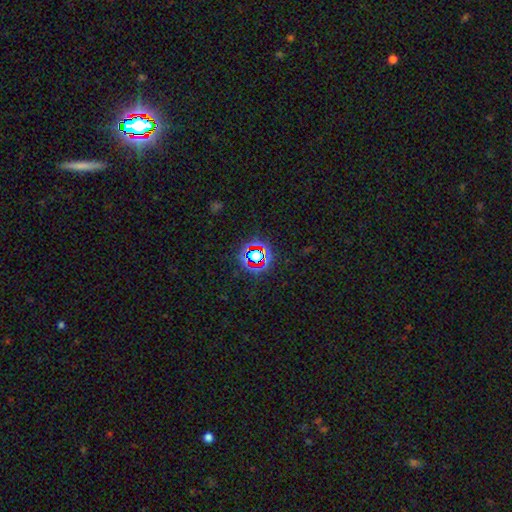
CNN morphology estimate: type=star or artifact (71%).